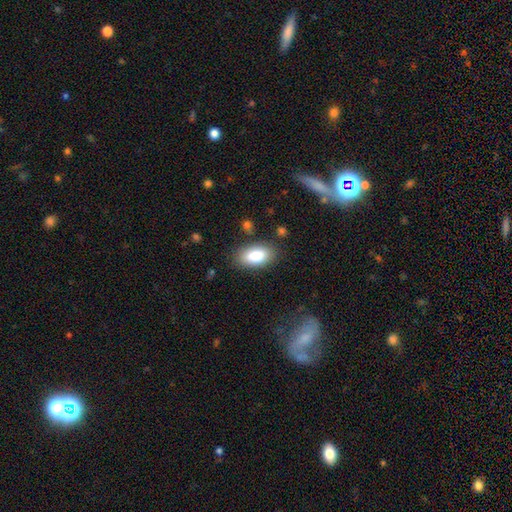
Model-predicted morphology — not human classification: Smooth or featured? Predicted: smooth (p=0.86). How rounded? Predicted: in between (p=0.93). Merging? Predicted: none (p=0.83).